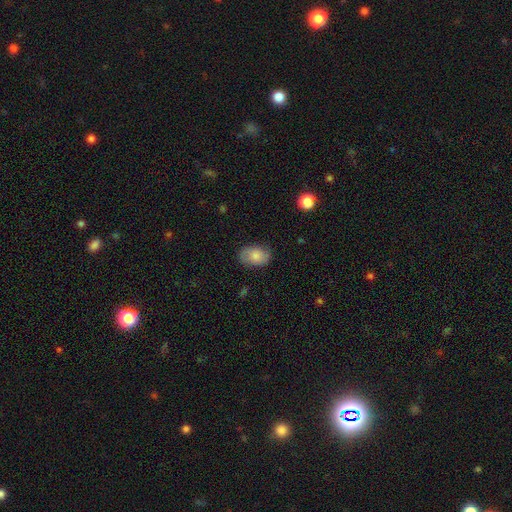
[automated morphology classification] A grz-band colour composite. It shows a smooth galaxy with no disk features (81%) that is in between round and cigar-shaped (86%). Merging: none (79%).